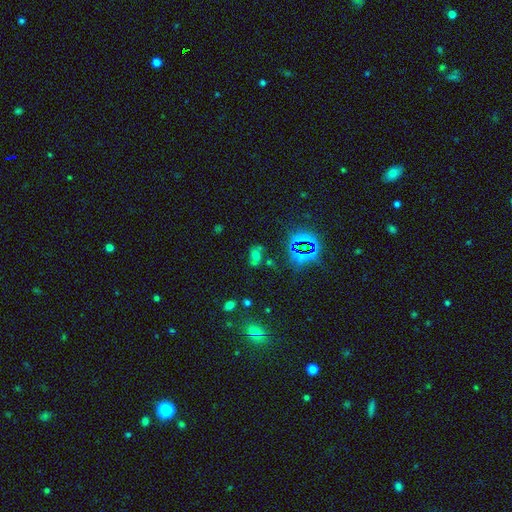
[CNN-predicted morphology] Smooth or featured?
  - star or artifact: 46% *
  - smooth: 38%
  - featured or disk: 17%